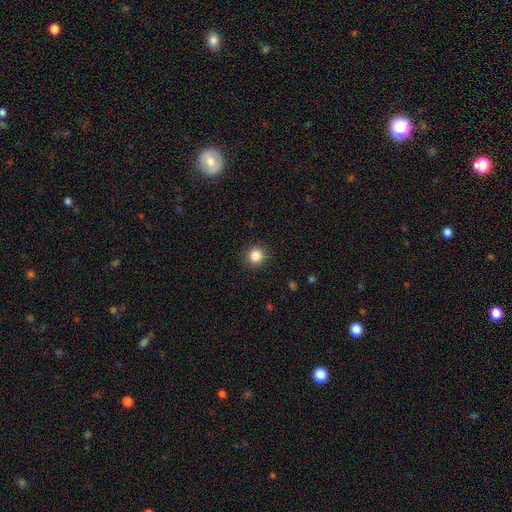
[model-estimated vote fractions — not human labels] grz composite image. It shows a smooth galaxy with no disk features (86%) that is round (90%). Merging: none (90%).